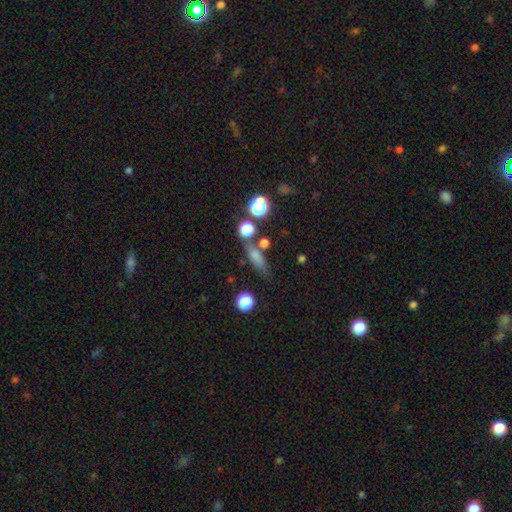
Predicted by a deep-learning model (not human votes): Smooth or featured? Predicted: smooth (p=0.70). How rounded? Predicted: cigar-shaped (p=0.47). Merging? Predicted: none (p=0.63).